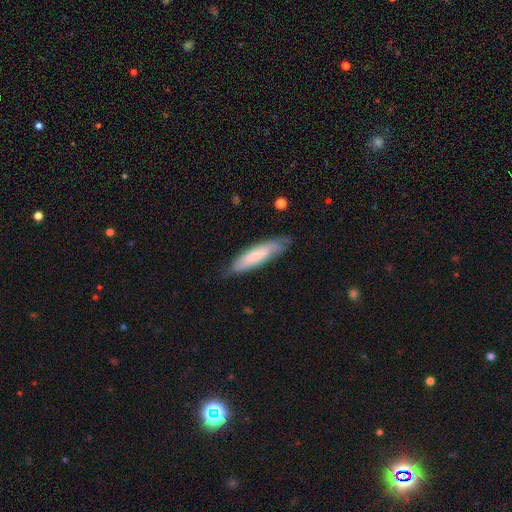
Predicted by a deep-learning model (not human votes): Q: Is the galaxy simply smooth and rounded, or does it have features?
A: smooth — 64%.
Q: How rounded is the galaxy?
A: cigar-shaped — 74%.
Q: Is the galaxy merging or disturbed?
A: none — 73%.